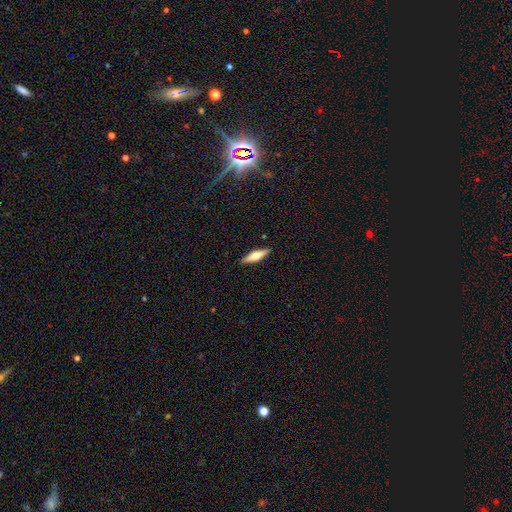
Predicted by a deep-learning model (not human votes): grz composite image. It shows a featured or disk galaxy (48%). Merging: none (90%).